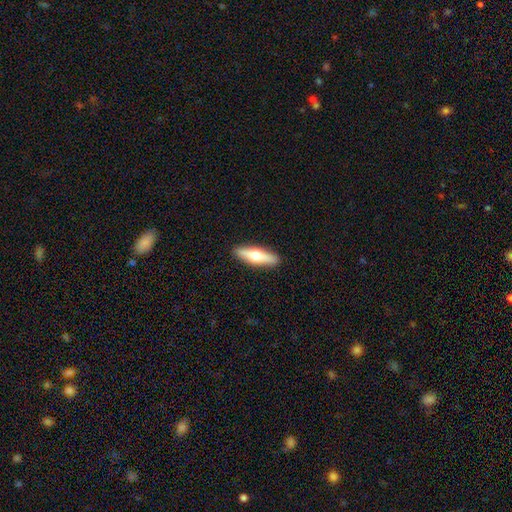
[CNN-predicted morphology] Smooth or featured?
  - smooth: 51% *
  - featured or disk: 44%
  - star or artifact: 5%
How rounded?
  - cigar-shaped: 68% *
  - in between: 30%
  - round: 2%
Merging?
  - none: 91% *
  - minor disturbance: 7%
  - major disturbance: 2%
  - merger: 1%